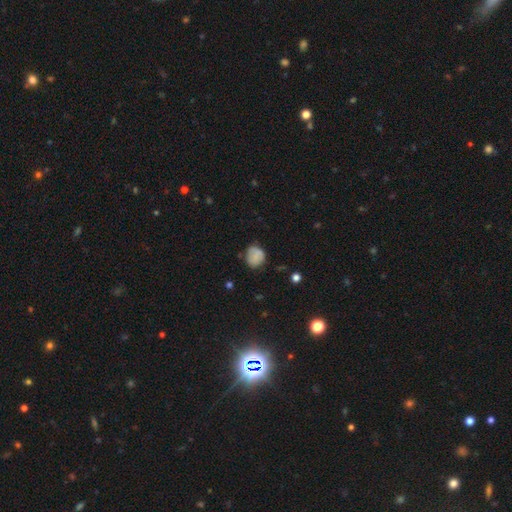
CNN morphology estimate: Smooth or featured? smooth (78%)
How rounded? round (74%)
Merging? none (65%)